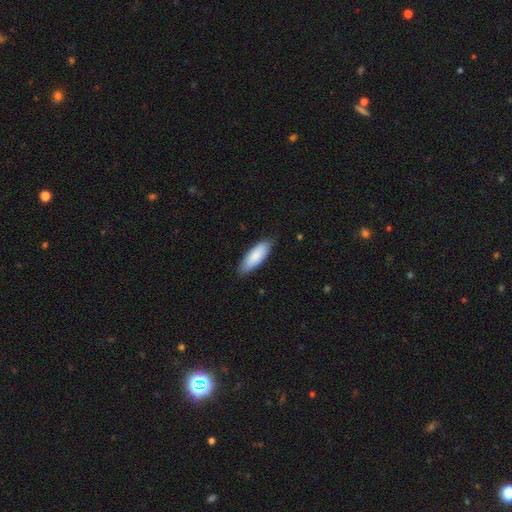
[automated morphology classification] Smooth or featured?
  - smooth: 85% *
  - featured or disk: 10%
  - star or artifact: 5%
How rounded?
  - in between: 65% *
  - cigar-shaped: 34%
  - round: 1%
Merging?
  - none: 84% *
  - minor disturbance: 13%
  - major disturbance: 2%
  - merger: 1%